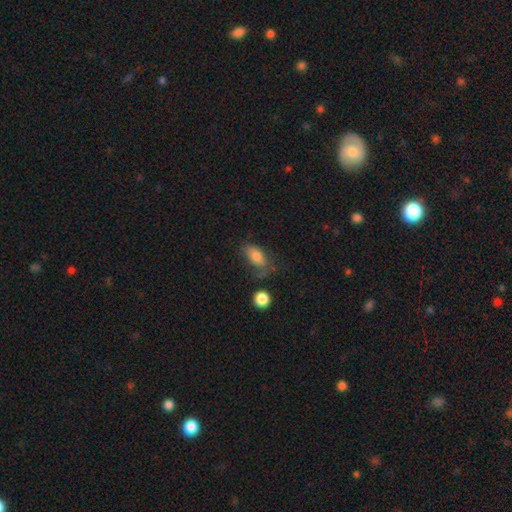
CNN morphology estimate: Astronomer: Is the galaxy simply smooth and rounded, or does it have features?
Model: smooth — 77%.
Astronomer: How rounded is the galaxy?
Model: in between — 87%.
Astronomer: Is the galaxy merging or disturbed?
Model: none — 48% (runner-up: minor disturbance, 29%).